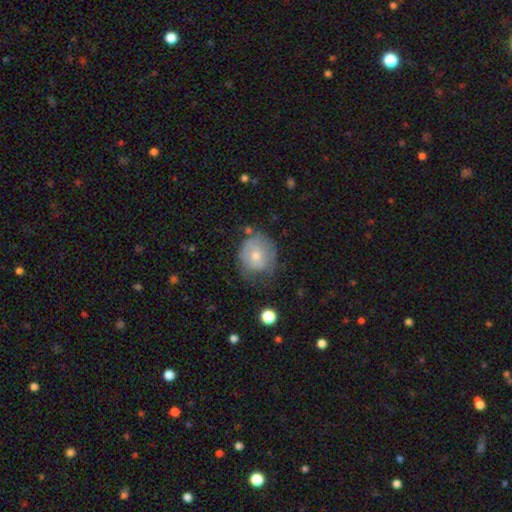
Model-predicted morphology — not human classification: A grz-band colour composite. It shows a smooth galaxy with no disk features (59%) that is round (69%). Merging: none (46%).